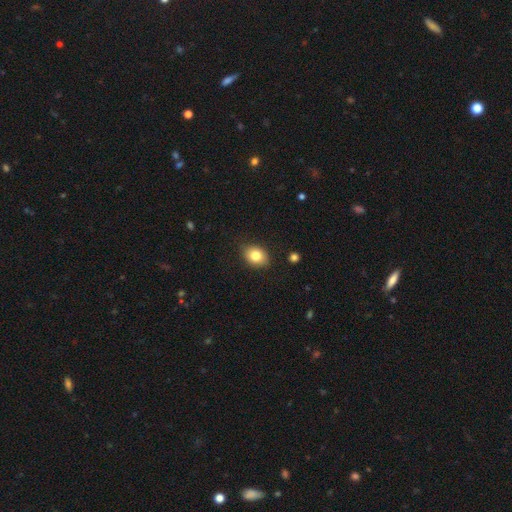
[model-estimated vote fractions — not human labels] smooth_or_featured: smooth (p=0.82) [alt: featured or disk p=0.09]
how_rounded: in between (p=0.65) [alt: round p=0.34]
merging: none (p=0.86) [alt: minor disturbance p=0.11]